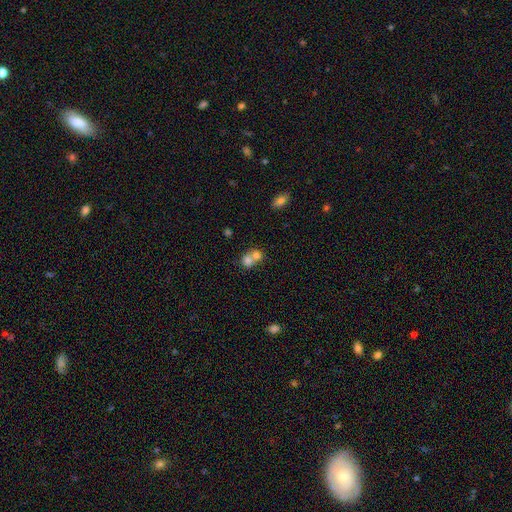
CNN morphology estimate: A smooth galaxy with no disk features (75%) that is round (66%).

Vote fractions:
- Smooth or featured? smooth: 75% / featured or disk: 15% / star or artifact: 10%
- How rounded? round: 66% / in between: 33% / cigar-shaped: 1%
- Merging? merger: 69% / none: 23% / minor disturbance: 5% / major disturbance: 3%